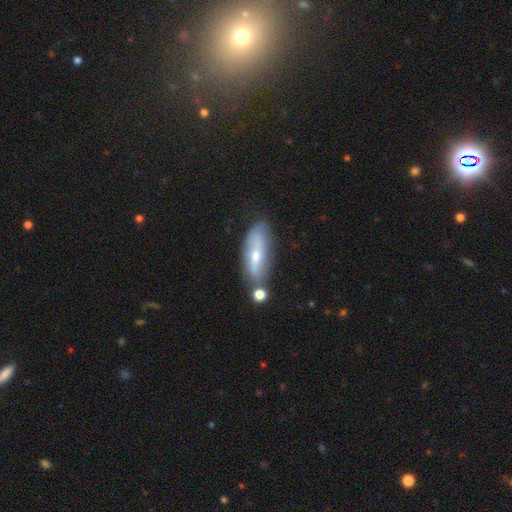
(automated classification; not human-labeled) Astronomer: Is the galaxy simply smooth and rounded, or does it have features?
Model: featured or disk — 49% (runner-up: smooth, 44%).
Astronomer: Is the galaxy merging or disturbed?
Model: none — 61%.